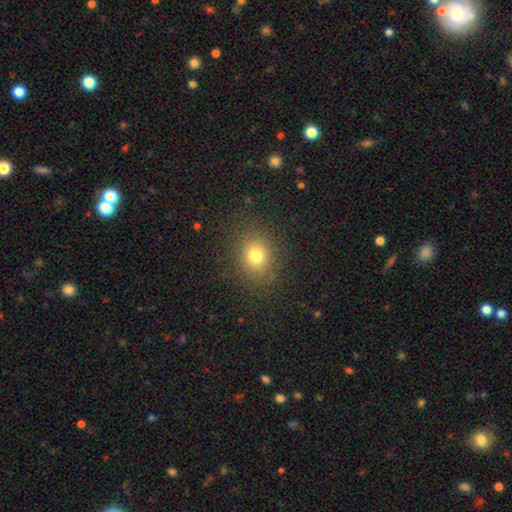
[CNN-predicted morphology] Smooth or featured: smooth — 76% (star or artifact — 15%)
How rounded: round — 65% (in between — 34%)
Merging: none — 85% (minor disturbance — 10%)